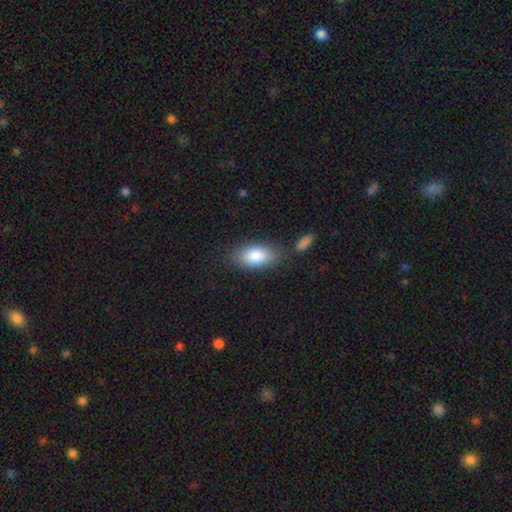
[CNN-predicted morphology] Smooth or featured? Predicted: smooth (p=0.84). How rounded? Predicted: in between (p=0.92). Merging? Predicted: none (p=0.75).